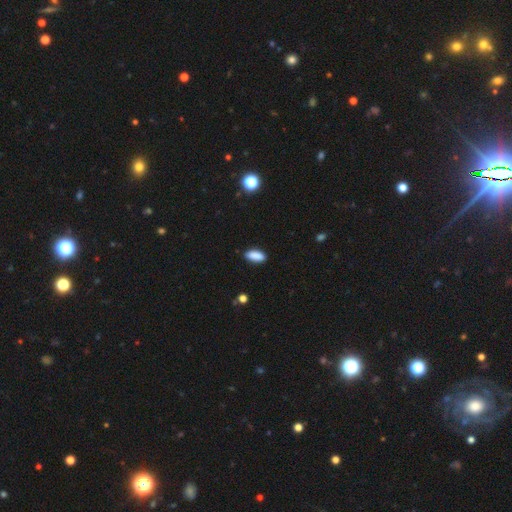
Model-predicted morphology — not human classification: A smooth galaxy with no disk features (88%) that is in between round and cigar-shaped (82%).

Vote fractions:
- Smooth or featured? smooth: 88% / star or artifact: 7% / featured or disk: 5%
- How rounded? in between: 82% / cigar-shaped: 16% / round: 2%
- Merging? none: 86% / minor disturbance: 11% / major disturbance: 2% / merger: 1%